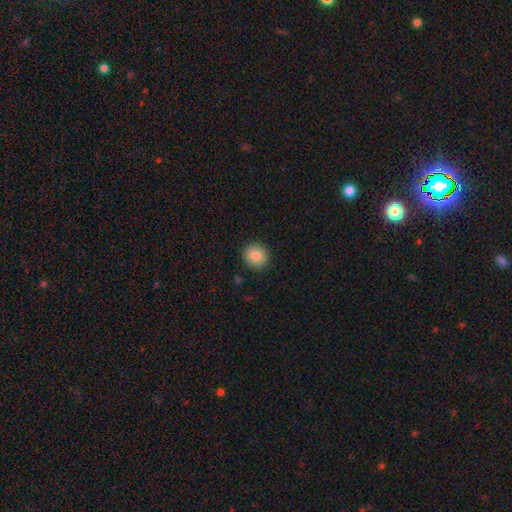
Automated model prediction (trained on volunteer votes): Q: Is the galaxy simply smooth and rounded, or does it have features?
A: smooth — 84%.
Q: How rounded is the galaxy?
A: round — 90%.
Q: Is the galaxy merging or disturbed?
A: none — 91%.